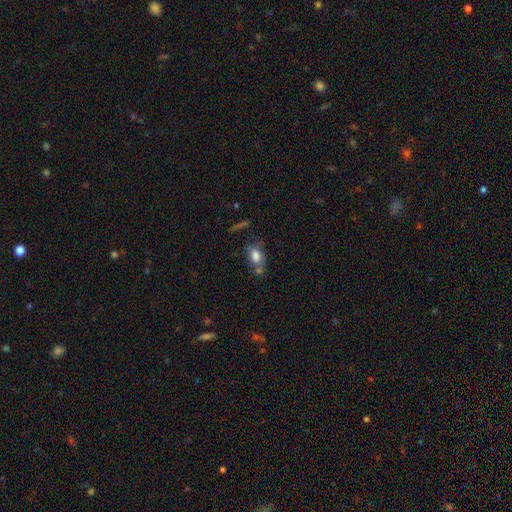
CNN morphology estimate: smooth_or_featured: smooth (p=0.75) [alt: featured or disk p=0.15]
how_rounded: in between (p=0.76) [alt: round p=0.21]
merging: none (p=0.47) [alt: minor disturbance p=0.22]